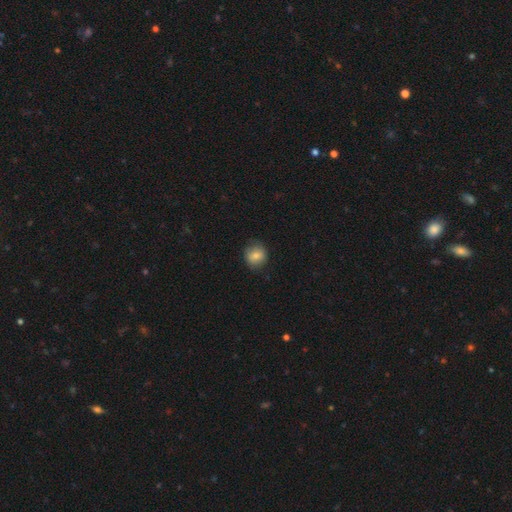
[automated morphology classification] type=smooth (77%); roundness=round (81%); merging=none (80%).